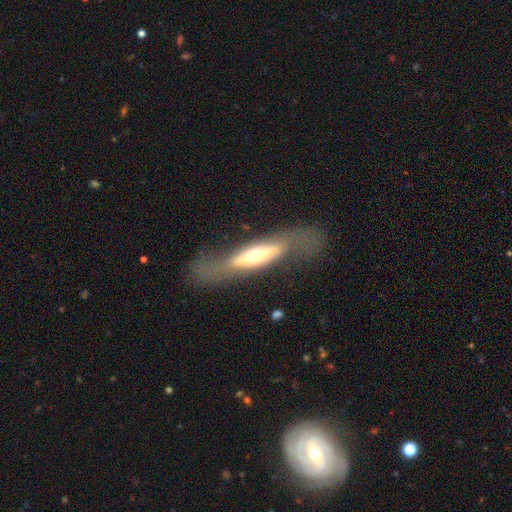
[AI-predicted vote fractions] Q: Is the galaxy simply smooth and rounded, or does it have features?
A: featured or disk — 60%.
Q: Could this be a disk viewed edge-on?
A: yes — 65%.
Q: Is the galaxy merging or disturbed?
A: none — 58%.